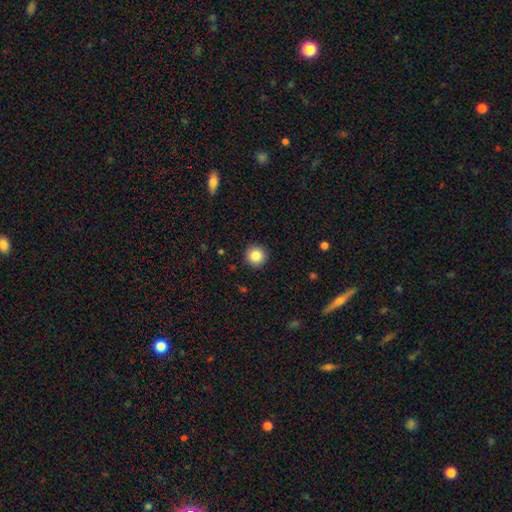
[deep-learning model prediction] Smooth or featured: smooth — 86% (star or artifact — 9%)
How rounded: round — 96% (in between — 3%)
Merging: none — 92% (minor disturbance — 5%)